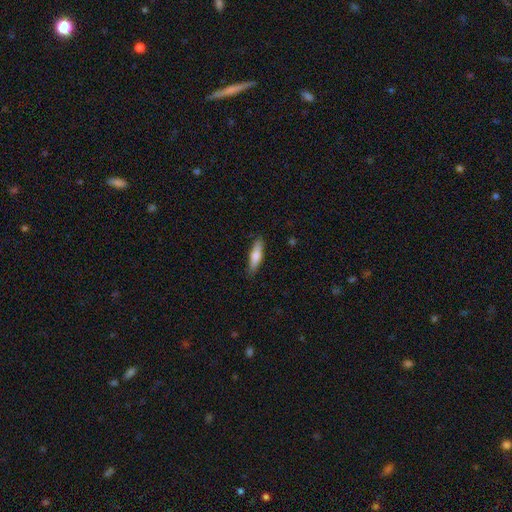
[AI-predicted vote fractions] smooth-or-featured: smooth: 69% | featured or disk: 26% | star or artifact: 6%
  how-rounded: cigar-shaped: 68% | in between: 30% | round: 2%
  merging: none: 86% | minor disturbance: 11% | major disturbance: 2% | merger: 1%